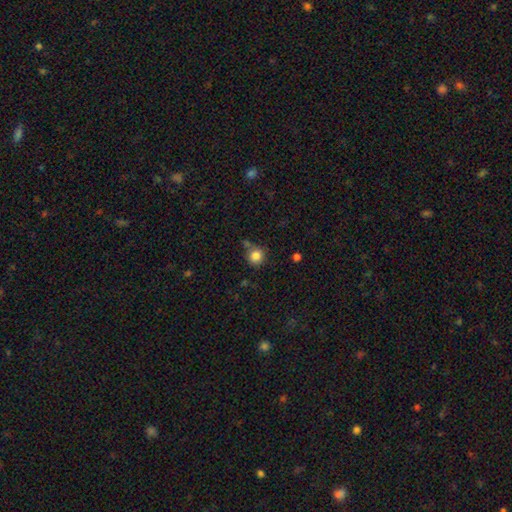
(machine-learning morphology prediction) Smooth or featured: smooth — 84% (star or artifact — 11%)
How rounded: round — 90% (in between — 9%)
Merging: none — 67% (minor disturbance — 16%)